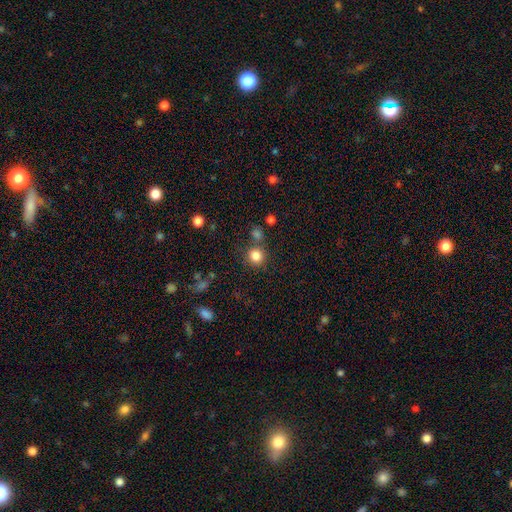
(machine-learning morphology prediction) type=smooth (83%); roundness=round (90%); merging=none (77%).